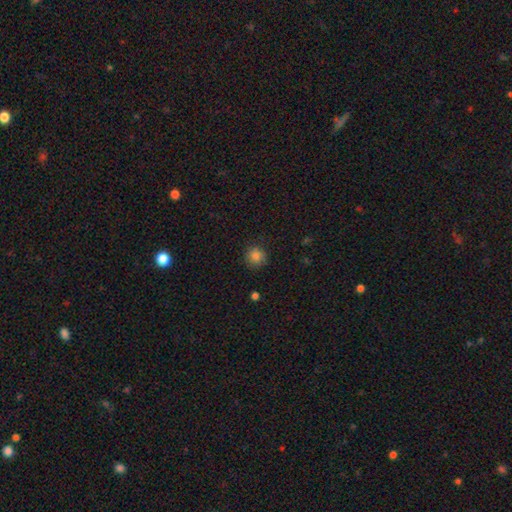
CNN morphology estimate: smooth 84%, star or artifact 11%, featured or disk 5%. Down the decision tree: how rounded — round (93%); merging — none (85%).